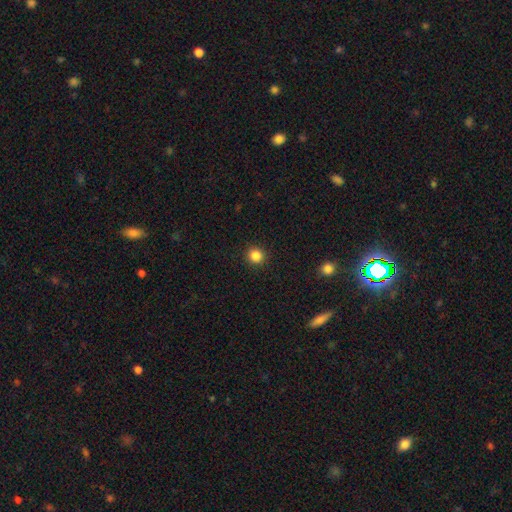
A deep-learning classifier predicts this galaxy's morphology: Q: Smooth or featured?
A: smooth (85%); runner-up: star or artifact (11%)
Q: How rounded?
A: round (92%); runner-up: in between (7%)
Q: Merging?
A: none (92%); runner-up: minor disturbance (5%)